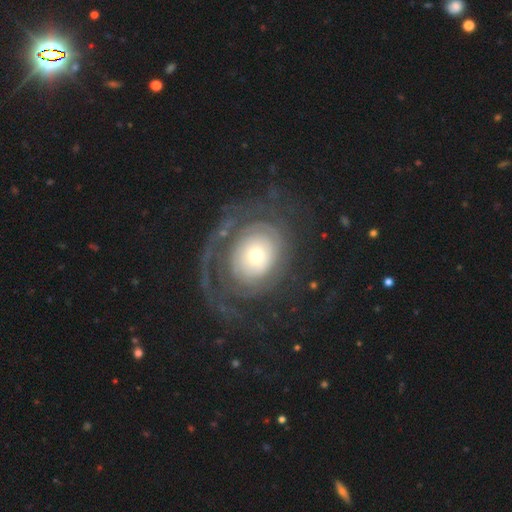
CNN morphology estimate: Q: Smooth or featured?
A: featured or disk (73%); runner-up: smooth (20%)
Q: Edge-on disk?
A: no (96%); runner-up: yes (4%)
Q: Bar?
A: no (83%); runner-up: weak (12%)
Q: Spiral arms?
A: yes (76%); runner-up: no (24%)
Q: Spiral winding?
A: tight (60%); runner-up: medium (23%)
Q: Spiral arm count?
A: can't tell (38%); runner-up: 2 (25%)
Q: Bulge size?
A: moderate (43%); runner-up: small (40%)
Q: Merging?
A: none (53%); runner-up: major disturbance (30%)